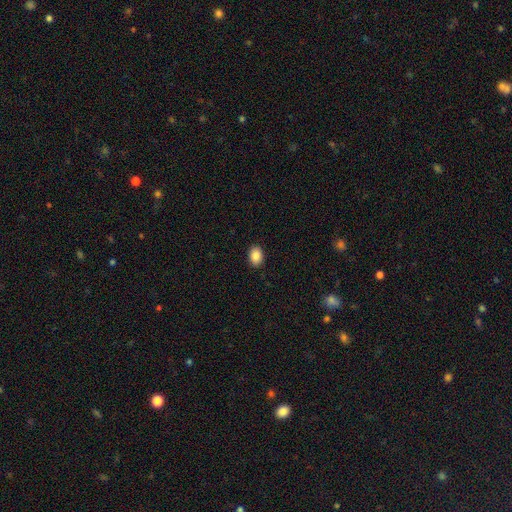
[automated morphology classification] This is clearly a smooth galaxy (88%). How rounded: likely in between (75%). Merging: clearly none (90%).